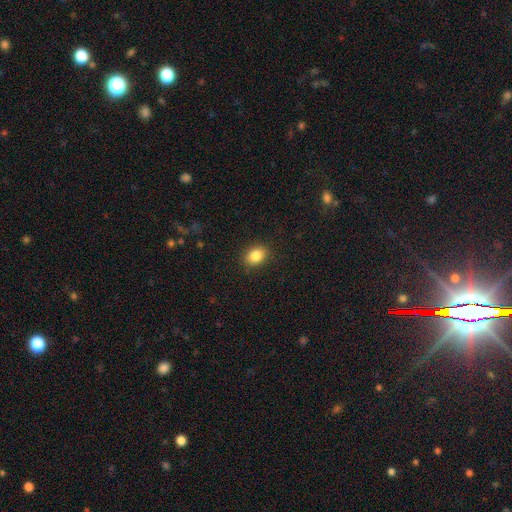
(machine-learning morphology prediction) Smooth or featured? smooth (85%)
How rounded? in between (67%)
Merging? none (89%)